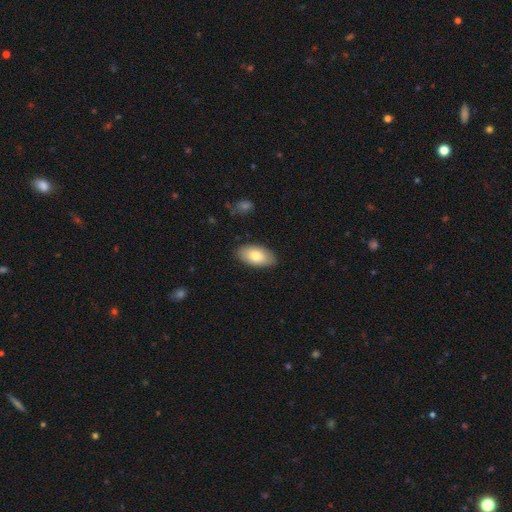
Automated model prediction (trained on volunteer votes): Smooth or featured: smooth — 78% (featured or disk — 16%)
How rounded: in between — 94% (round — 3%)
Merging: none — 86% (minor disturbance — 11%)